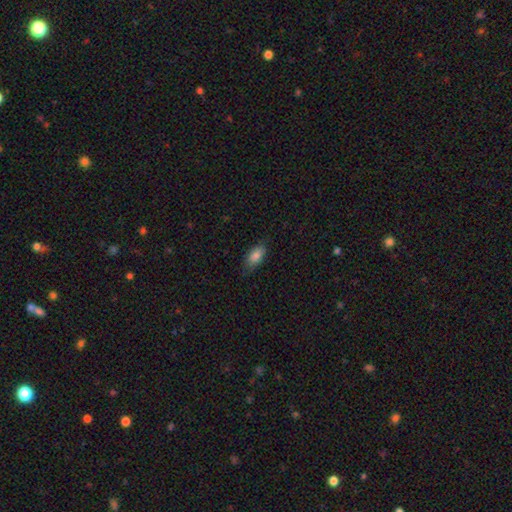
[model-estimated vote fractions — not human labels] A smooth galaxy with no disk features (84%) that is in between round and cigar-shaped (87%).

Vote fractions:
- Smooth or featured? smooth: 84% / featured or disk: 9% / star or artifact: 7%
- How rounded? in between: 87% / cigar-shaped: 10% / round: 3%
- Merging? none: 78% / minor disturbance: 18% / major disturbance: 4% / merger: 1%